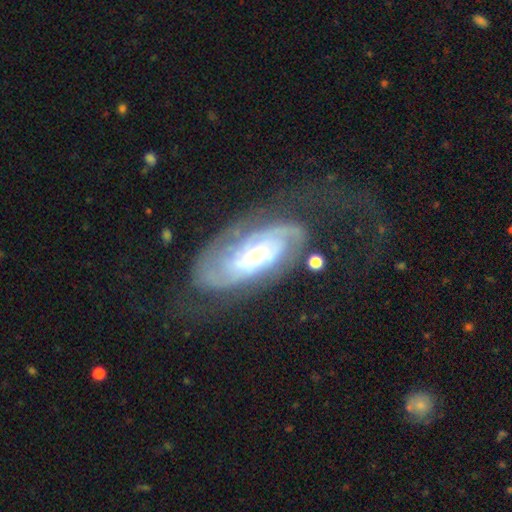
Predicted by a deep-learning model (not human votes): A featured or disk galaxy (84%) with no bar (58%), 2 (40%) tight (65%) spiral arms (95%) and a small central bulge (53%).

Vote fractions:
- Smooth or featured? featured or disk: 84% / smooth: 10% / star or artifact: 6%
- Edge-on disk? no: 94% / yes: 6%
- Bar? no: 58% / weak: 31% / strong: 12%
- Spiral arms? yes: 95% / no: 5%
- Spiral winding? tight: 65% / medium: 27% / loose: 8%
- Spiral arm count? 2: 40% / can't tell: 32% / 3: 14% / 4: 6% / 1: 5% / more than 4: 4%
- Bulge size? small: 53% / moderate: 39% / large: 4% / none: 2% / dominant: 1%
- Merging? none: 63% / minor disturbance: 19% / major disturbance: 15% / merger: 3%